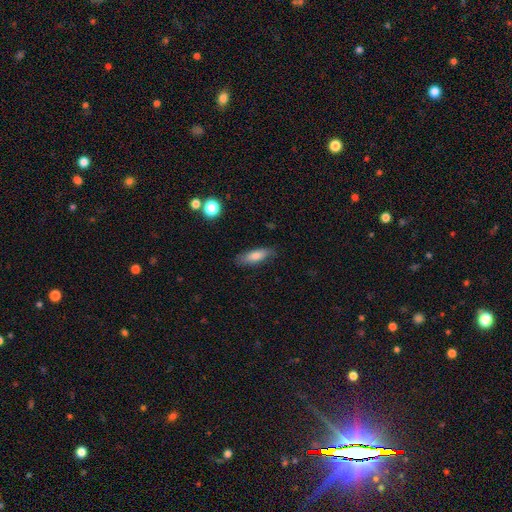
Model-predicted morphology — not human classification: Smooth or featured?
  - smooth: 75% *
  - featured or disk: 18%
  - star or artifact: 7%
How rounded?
  - in between: 50% *
  - cigar-shaped: 48%
  - round: 2%
Merging?
  - none: 83% *
  - minor disturbance: 13%
  - major disturbance: 3%
  - merger: 1%